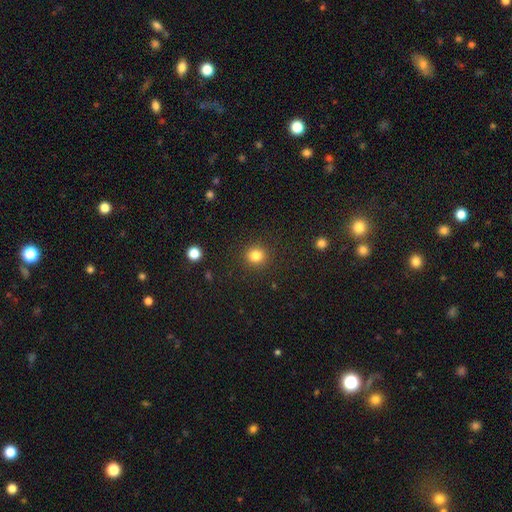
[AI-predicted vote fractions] Morphology: type=smooth (83%); roundness=round (90%); merging=none (90%).